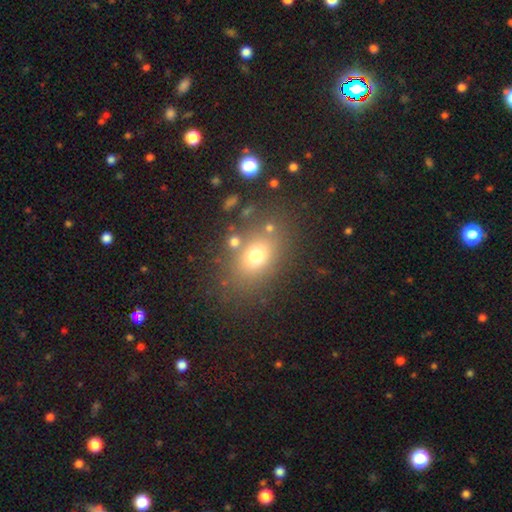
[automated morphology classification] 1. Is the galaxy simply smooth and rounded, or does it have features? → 70% smooth, 16% star or artifact, 14% featured or disk.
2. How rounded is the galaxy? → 65% in between, 33% round, 2% cigar-shaped.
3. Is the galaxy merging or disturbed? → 75% none, 12% minor disturbance, 7% merger, 6% major disturbance.